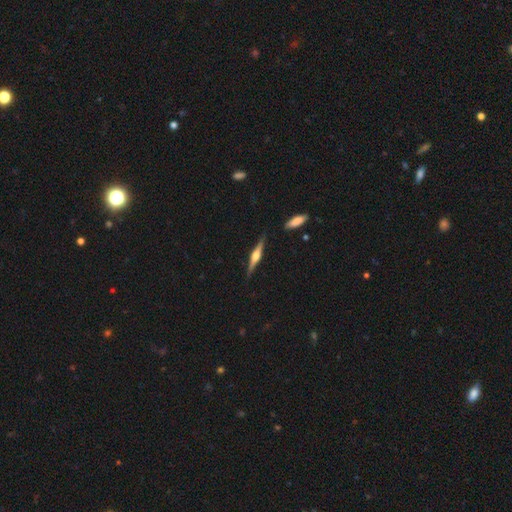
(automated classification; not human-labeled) Morphology: type=featured or disk (76%); edge-on=yes (98%); edge-on bulge=rounded (89%); merging=none (88%).